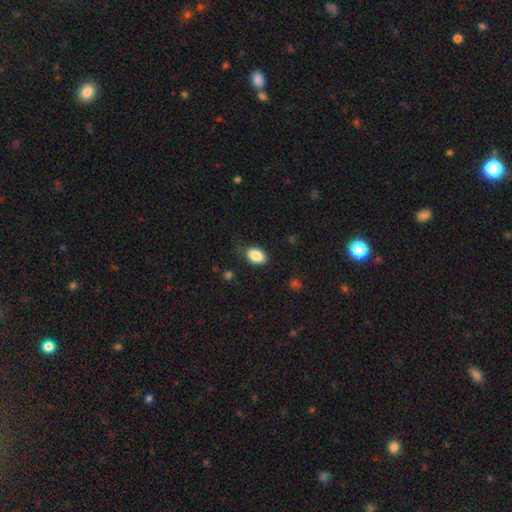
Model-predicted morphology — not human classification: Smooth or featured? Predicted: smooth (p=0.87). How rounded? Predicted: in between (p=0.89). Merging? Predicted: none (p=0.78).